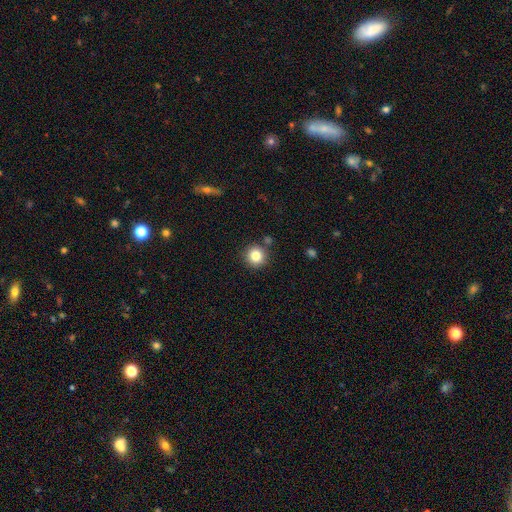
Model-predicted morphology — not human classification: A smooth galaxy with no disk features (83%) that is round (94%). Merging: none (84%).